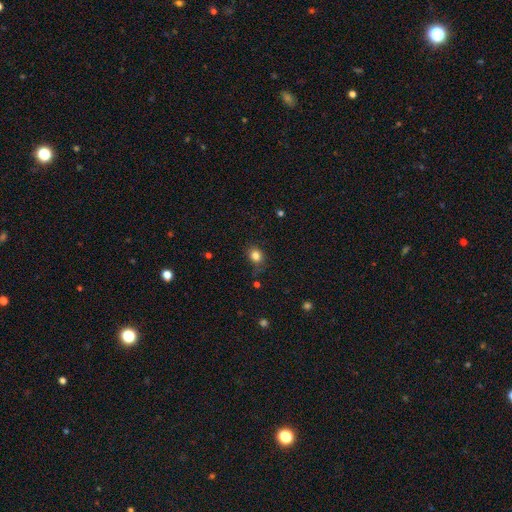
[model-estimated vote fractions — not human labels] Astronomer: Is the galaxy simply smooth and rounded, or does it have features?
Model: smooth — 82%.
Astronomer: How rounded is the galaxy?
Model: round — 68%.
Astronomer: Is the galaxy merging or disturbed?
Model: none — 72%.